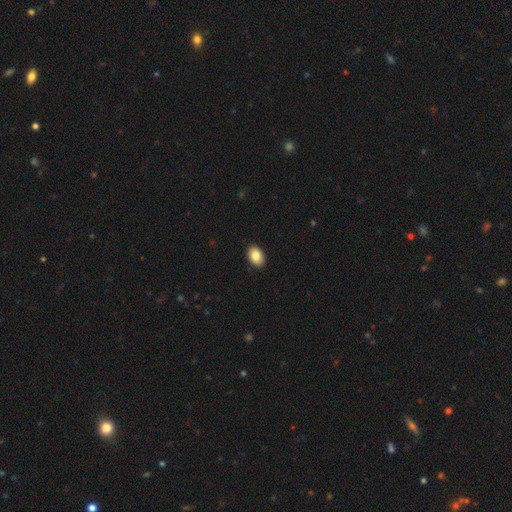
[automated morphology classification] type=smooth (86%); roundness=in between (88%); merging=none (90%).